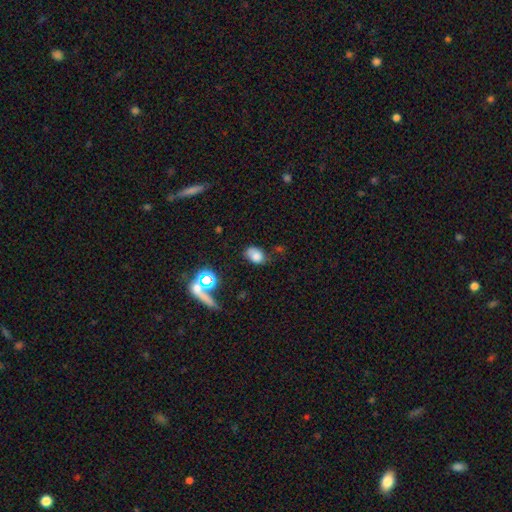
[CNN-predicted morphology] Q: Smooth or featured?
A: smooth (73%); runner-up: star or artifact (14%)
Q: How rounded?
A: in between (80%); runner-up: round (19%)
Q: Merging?
A: none (57%); runner-up: minor disturbance (28%)